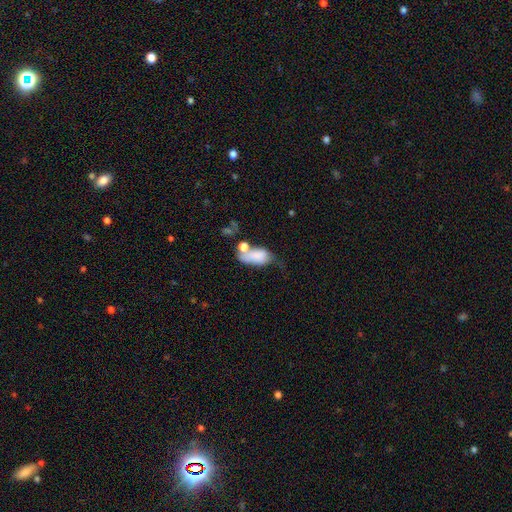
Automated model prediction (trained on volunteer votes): smooth_or_featured: smooth (p=0.74) [alt: featured or disk p=0.17]
how_rounded: in between (p=0.90) [alt: round p=0.06]
merging: merger (p=0.33) [alt: major disturbance p=0.23]